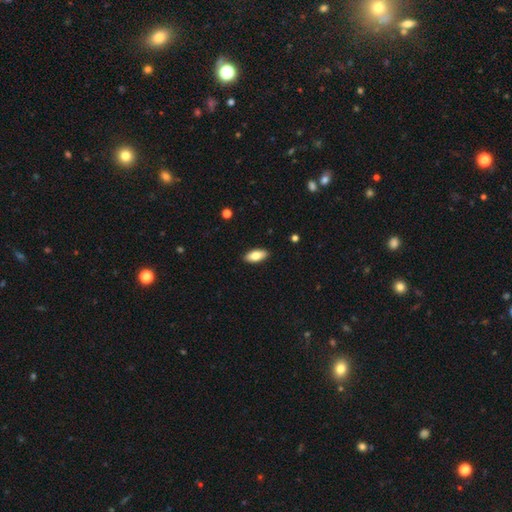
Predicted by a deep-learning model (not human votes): Smooth or featured: smooth — 79% (featured or disk — 15%)
How rounded: in between — 89% (cigar-shaped — 9%)
Merging: none — 90% (minor disturbance — 8%)